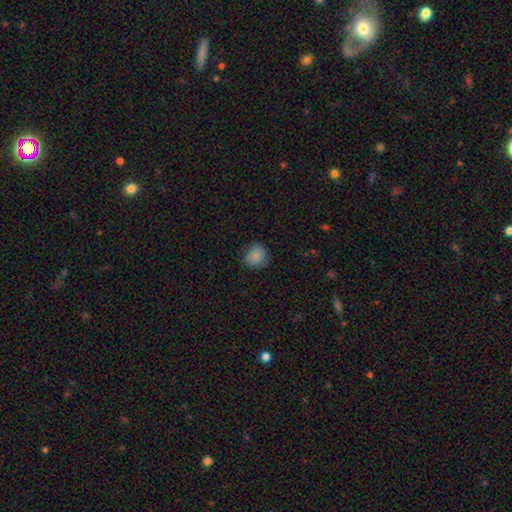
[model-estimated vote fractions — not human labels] This is clearly a smooth galaxy (86%). How rounded: clearly round (84%). Merging: clearly none (81%).